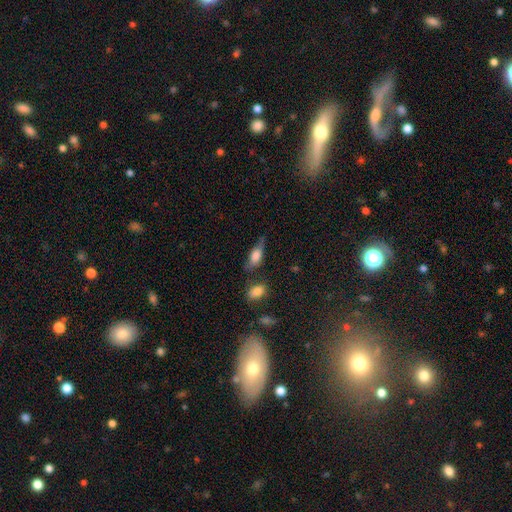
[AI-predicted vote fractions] This is likely a smooth galaxy (67%). How rounded: likely in between (74%). Merging: possibly none (48%).